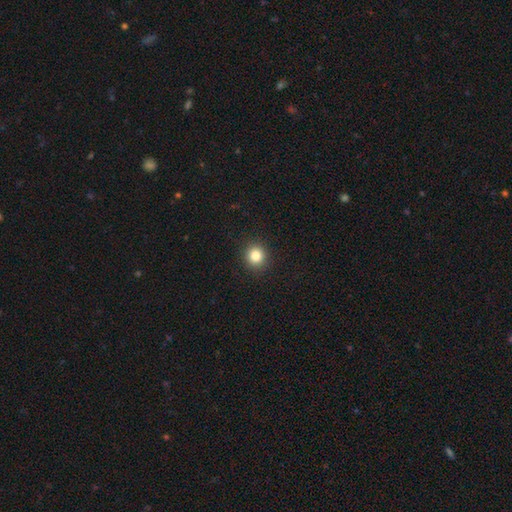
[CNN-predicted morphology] A smooth galaxy with no disk features (83%) that is round (91%).

Vote fractions:
- Smooth or featured? smooth: 83% / star or artifact: 11% / featured or disk: 6%
- How rounded? round: 91% / in between: 8% / cigar-shaped: 1%
- Merging? none: 92% / minor disturbance: 5% / major disturbance: 2% / merger: 1%